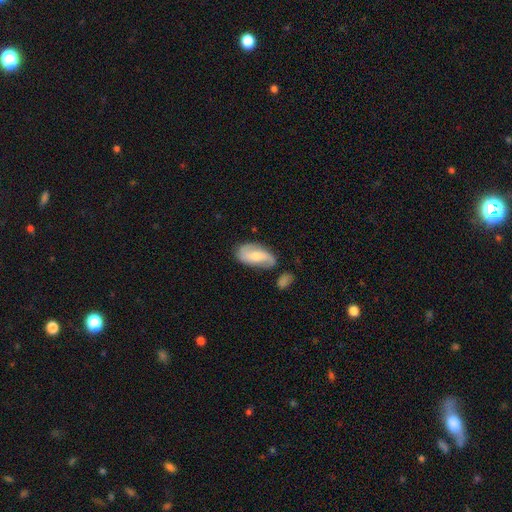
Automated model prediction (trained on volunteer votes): This is possibly a featured or disk galaxy (57%). It is clearly not viewed edge-on (94%). Bar: possibly no (45%). Spiral arm pattern: clearly yes (87%). Central bulge: possibly moderate (49%). Merging: likely none (67%).